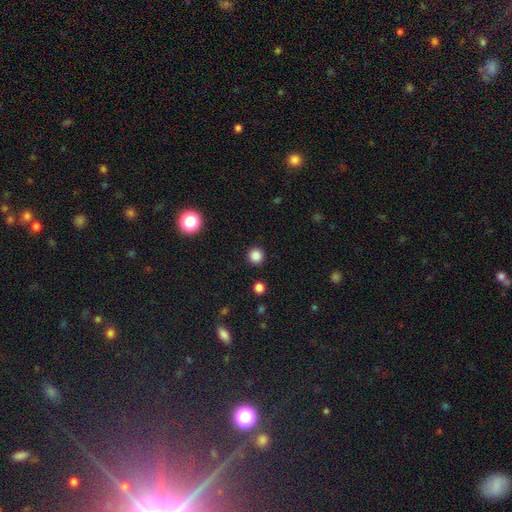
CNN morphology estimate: type=smooth (85%); roundness=round (95%); merging=none (92%).